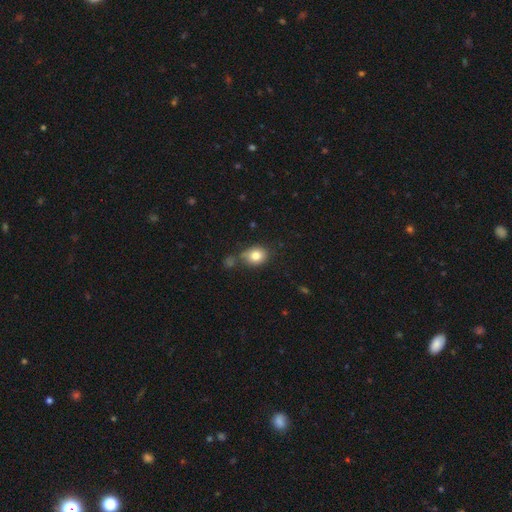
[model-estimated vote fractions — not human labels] Smooth or featured? Predicted: smooth (p=0.80). How rounded? Predicted: round (p=0.56). Merging? Predicted: none (p=0.56).